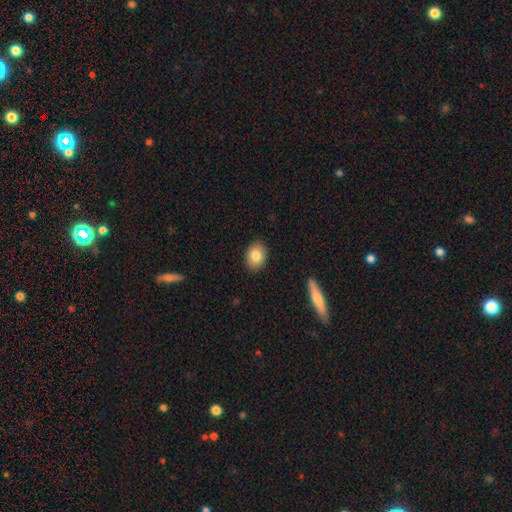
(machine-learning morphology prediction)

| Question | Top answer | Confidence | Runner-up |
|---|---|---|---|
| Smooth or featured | smooth | 83% | featured or disk (9%) |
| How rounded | in between | 65% | round (34%) |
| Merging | none | 89% | minor disturbance (8%) |